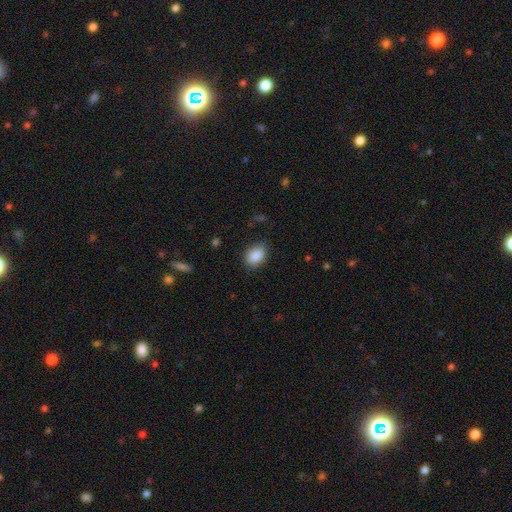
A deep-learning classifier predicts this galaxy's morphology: The model was most divided on "merging": none: 79%, minor disturbance: 16%, major disturbance: 4%, merger: 1%. More confident: smooth or featured — smooth (88%); how rounded — in between (81%).